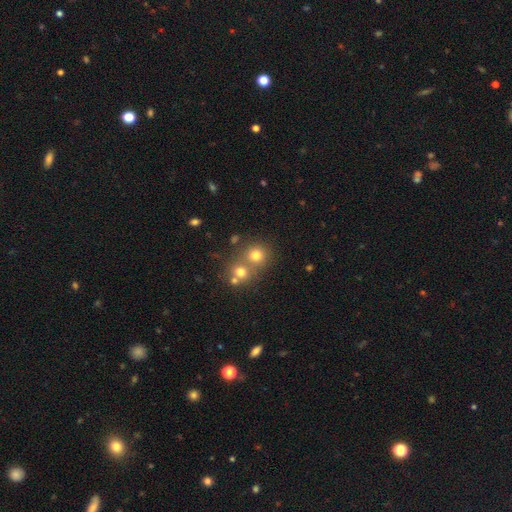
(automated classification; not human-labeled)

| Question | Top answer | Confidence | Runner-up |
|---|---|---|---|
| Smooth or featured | smooth | 73% | star or artifact (16%) |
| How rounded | round | 87% | in between (13%) |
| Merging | none | 54% | merger (37%) |